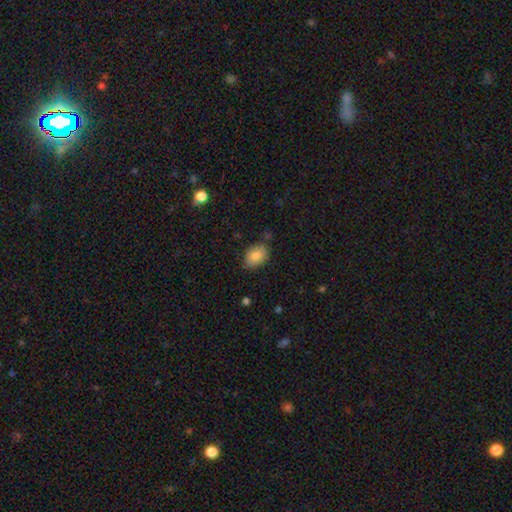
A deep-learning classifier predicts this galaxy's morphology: smooth_or_featured: smooth (p=0.83) [alt: featured or disk p=0.09]
how_rounded: in between (p=0.80) [alt: round p=0.19]
merging: none (p=0.75) [alt: minor disturbance p=0.20]